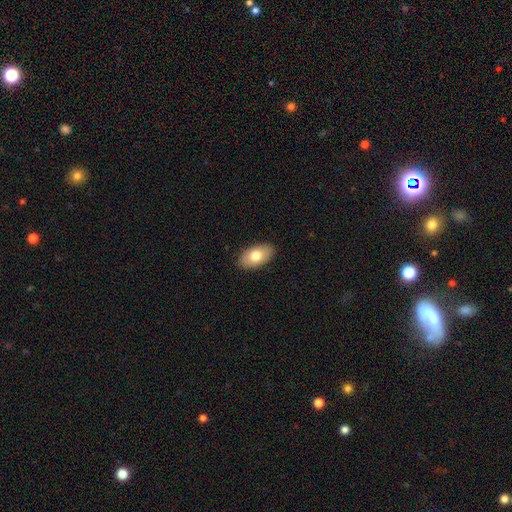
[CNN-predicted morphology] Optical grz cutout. It shows a smooth galaxy with no disk features (76%) that is in between round and cigar-shaped (94%). Merging: none (89%).